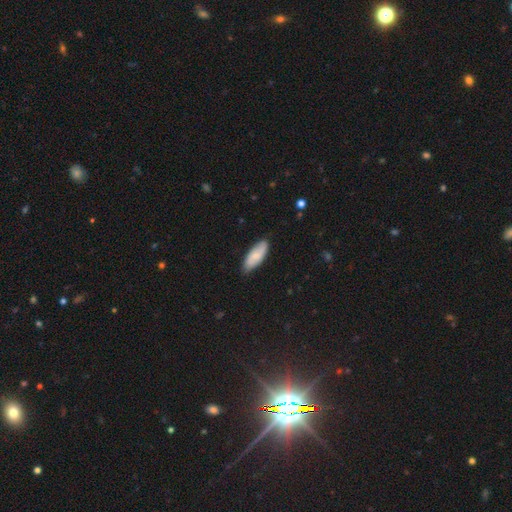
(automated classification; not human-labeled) The model was most divided on "smooth or featured": smooth: 70%, featured or disk: 24%, star or artifact: 5%. More confident: merging — none (80%); how rounded — in between (78%).